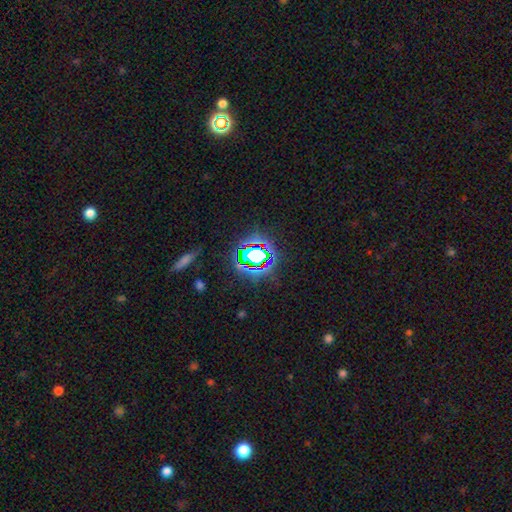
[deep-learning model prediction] Smooth or featured? Predicted: star or artifact (p=0.69).